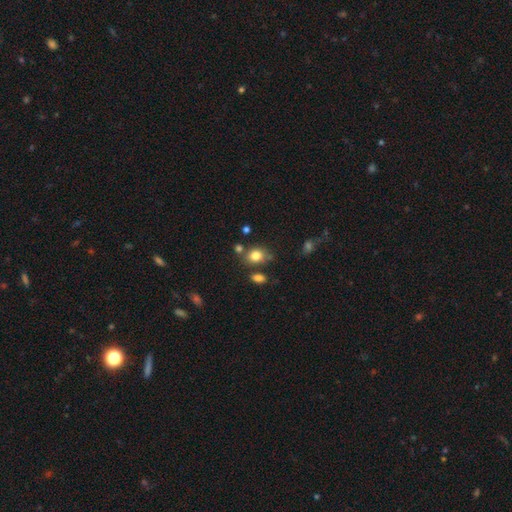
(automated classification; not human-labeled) This appears to be a smooth galaxy with no disk features (81%) that is in between round and cigar-shaped (51%). Merging: none (67%).